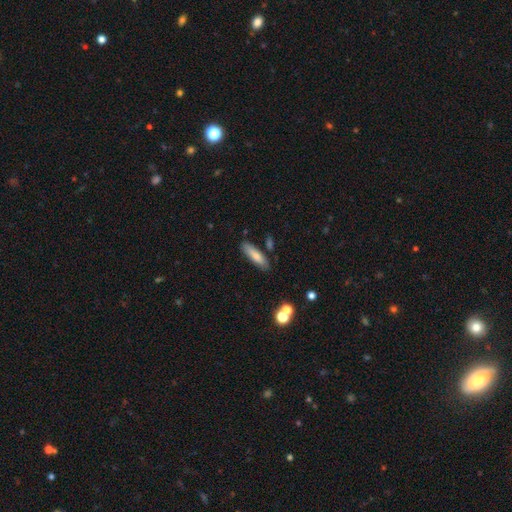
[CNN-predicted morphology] smooth 78%, featured or disk 15%, star or artifact 7%. Down the decision tree: how rounded — cigar-shaped (65%); merging — none (78%).